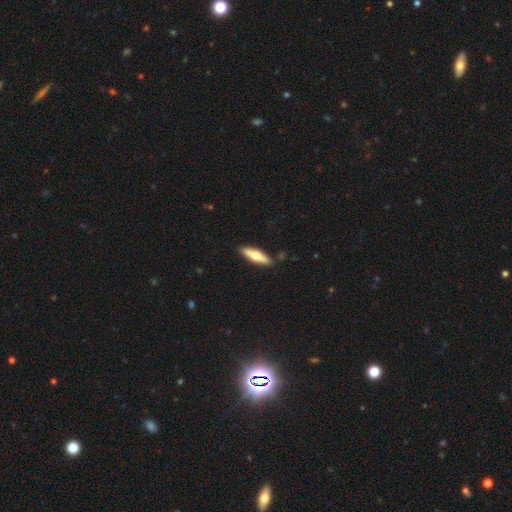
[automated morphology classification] smooth_or_featured: smooth (p=0.57) [alt: featured or disk p=0.38]
how_rounded: cigar-shaped (p=0.61) [alt: in between p=0.37]
merging: none (p=0.88) [alt: minor disturbance p=0.09]